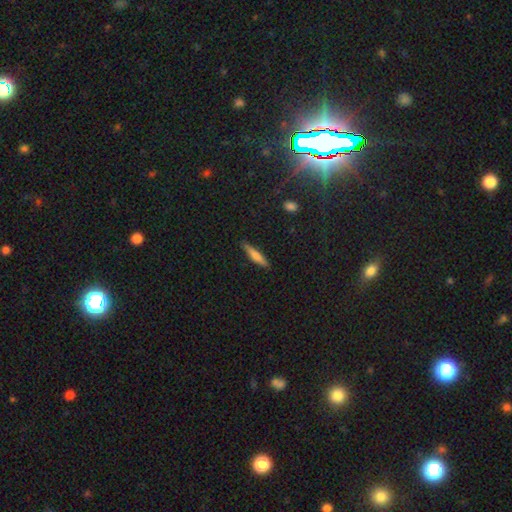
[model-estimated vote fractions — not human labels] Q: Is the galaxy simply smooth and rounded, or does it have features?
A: smooth — 68%.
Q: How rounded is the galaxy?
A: cigar-shaped — 89%.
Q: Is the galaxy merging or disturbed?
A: none — 88%.